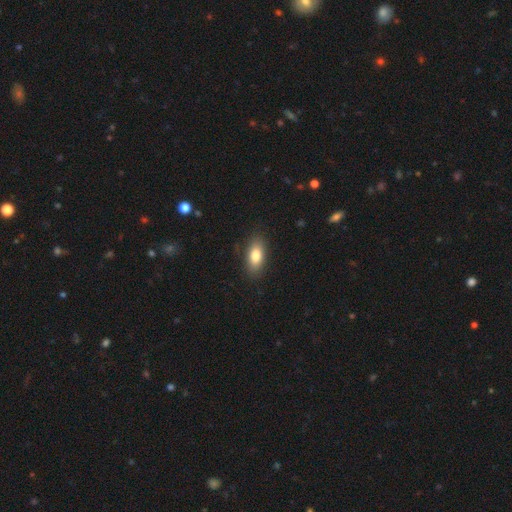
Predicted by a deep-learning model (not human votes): Morphology: type=smooth (81%); roundness=in between (87%); merging=none (86%).